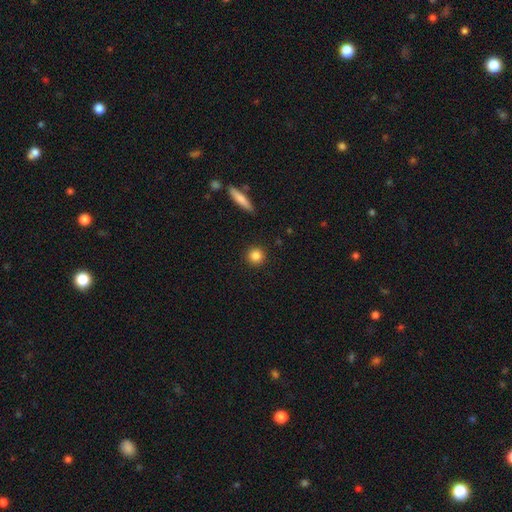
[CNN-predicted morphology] The model was most divided on "smooth or featured": smooth: 85%, star or artifact: 10%, featured or disk: 5%. More confident: how rounded — round (92%); merging — none (91%).